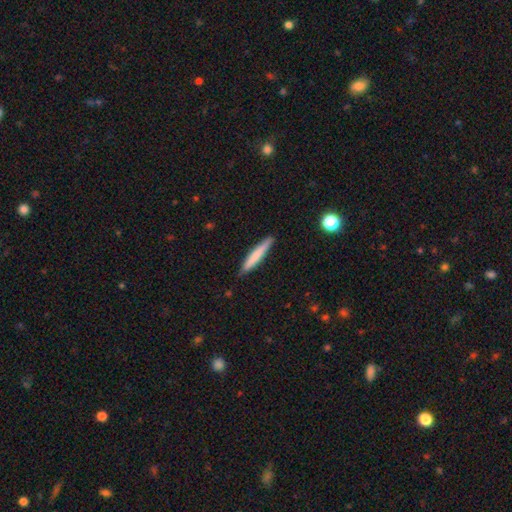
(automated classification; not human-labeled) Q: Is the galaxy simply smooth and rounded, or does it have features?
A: smooth — 71%.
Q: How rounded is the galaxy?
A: cigar-shaped — 95%.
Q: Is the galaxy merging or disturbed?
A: none — 88%.